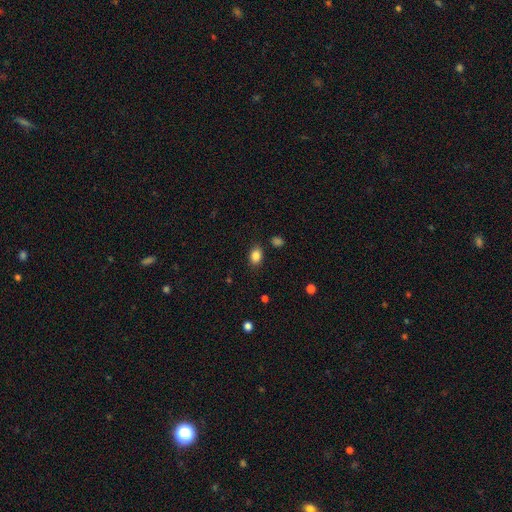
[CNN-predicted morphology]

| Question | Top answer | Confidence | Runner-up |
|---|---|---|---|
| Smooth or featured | smooth | 85% | star or artifact (10%) |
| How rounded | in between | 75% | round (24%) |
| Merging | none | 83% | minor disturbance (11%) |